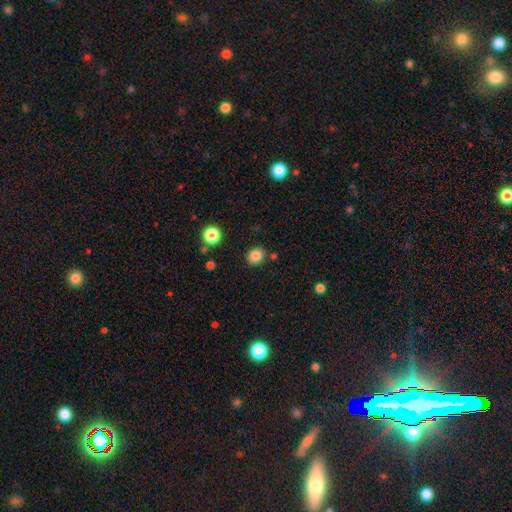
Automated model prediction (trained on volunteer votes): Smooth or featured?
  - smooth: 84% *
  - star or artifact: 11%
  - featured or disk: 5%
How rounded?
  - round: 79% *
  - in between: 20%
  - cigar-shaped: 1%
Merging?
  - none: 86% *
  - minor disturbance: 8%
  - merger: 4%
  - major disturbance: 2%